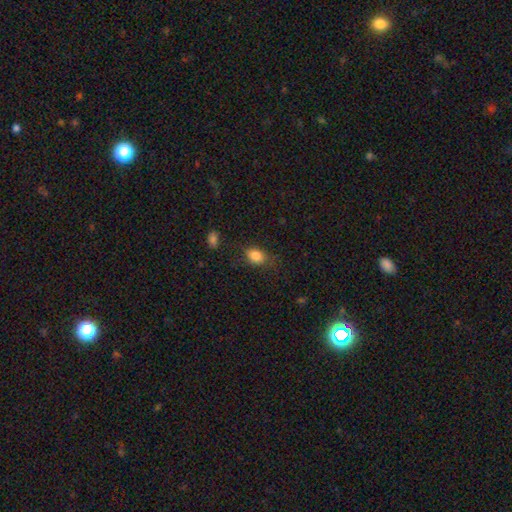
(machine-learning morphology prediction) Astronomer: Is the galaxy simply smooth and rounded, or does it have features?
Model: smooth — 84%.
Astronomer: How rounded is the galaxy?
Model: in between — 70%.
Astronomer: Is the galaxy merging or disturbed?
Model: none — 73%.